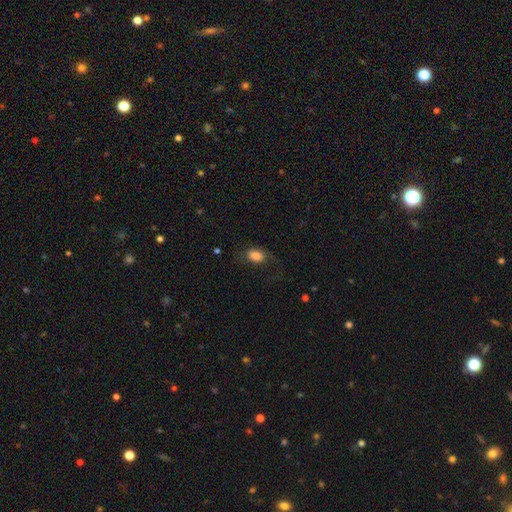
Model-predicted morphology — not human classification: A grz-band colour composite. It shows a smooth galaxy with no disk features (81%) that is in between round and cigar-shaped (85%). Merging: none (58%).